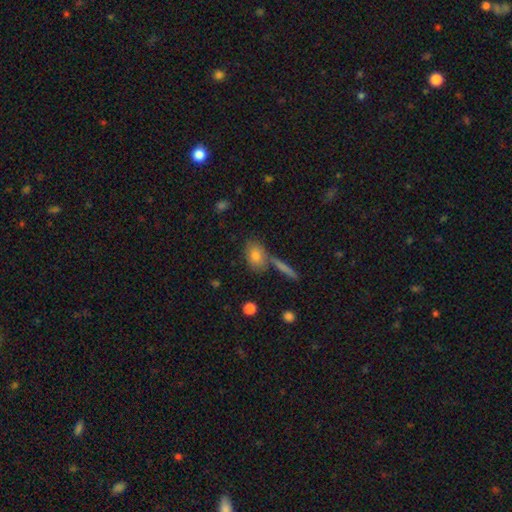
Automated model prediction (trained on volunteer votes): This appears to be a smooth galaxy with no disk features (77%) that is in between round and cigar-shaped (73%). Merging: none (63%).